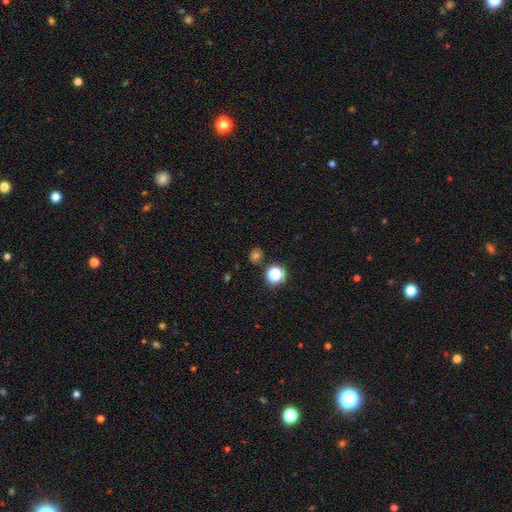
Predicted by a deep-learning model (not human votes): Smooth or featured: smooth — 67% (star or artifact — 26%)
How rounded: round — 88% (in between — 11%)
Merging: none — 84% (minor disturbance — 8%)